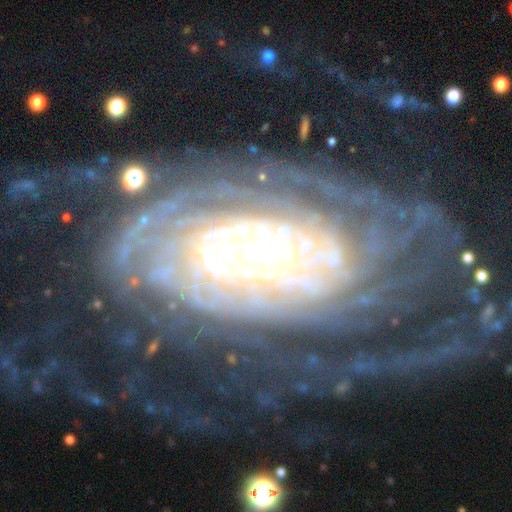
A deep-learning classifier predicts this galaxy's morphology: A featured or disk galaxy (90%) with no bar (61%), tight (70%) spiral arms (97%) and a small central bulge (44%).

Vote fractions:
- Smooth or featured? featured or disk: 90% / star or artifact: 5% / smooth: 5%
- Edge-on disk? no: 96% / yes: 4%
- Bar? no: 61% / weak: 23% / strong: 15%
- Spiral arms? yes: 97% / no: 3%
- Spiral winding? tight: 70% / medium: 22% / loose: 8%
- Spiral arm count? can't tell: 29% / 2: 20% / more than 4: 14% / 4: 14% / 3: 14% / 1: 9%
- Bulge size? small: 44% / moderate: 41% / large: 11% / dominant: 2% / none: 2%
- Merging? none: 58% / major disturbance: 23% / minor disturbance: 16% / merger: 2%